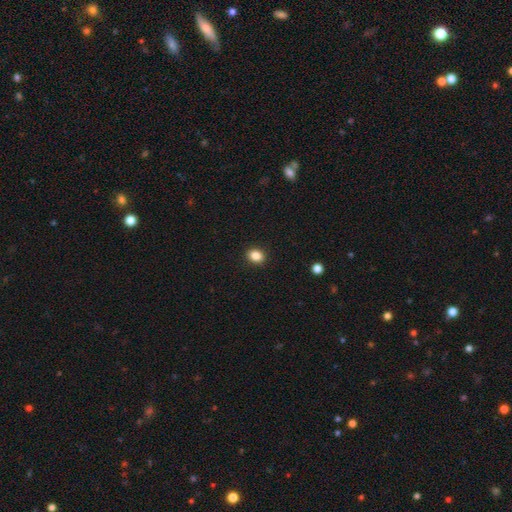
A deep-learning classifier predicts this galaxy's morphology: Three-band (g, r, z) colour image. It shows a smooth galaxy with no disk features (86%) that is round (51%). Merging: none (91%).